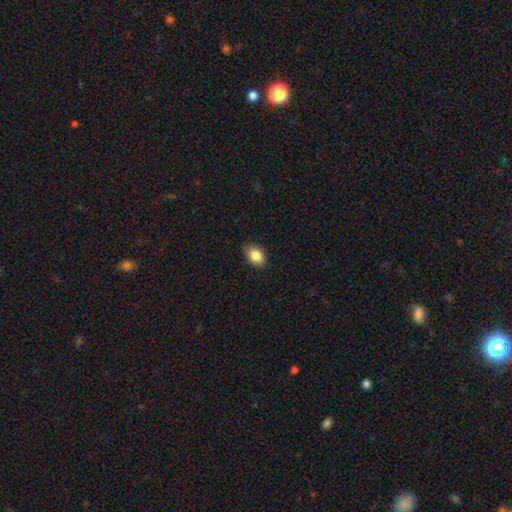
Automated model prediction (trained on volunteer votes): smooth 86%, star or artifact 9%, featured or disk 5%. Down the decision tree: how rounded — in between (73%); merging — none (84%).